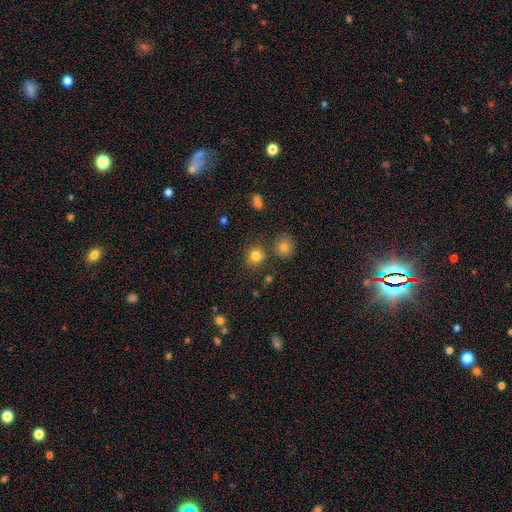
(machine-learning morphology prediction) smooth-or-featured: smooth: 80% | star or artifact: 14% | featured or disk: 7%
  how-rounded: round: 86% | in between: 13% | cigar-shaped: 1%
  merging: none: 76% | merger: 10% | minor disturbance: 10% | major disturbance: 3%